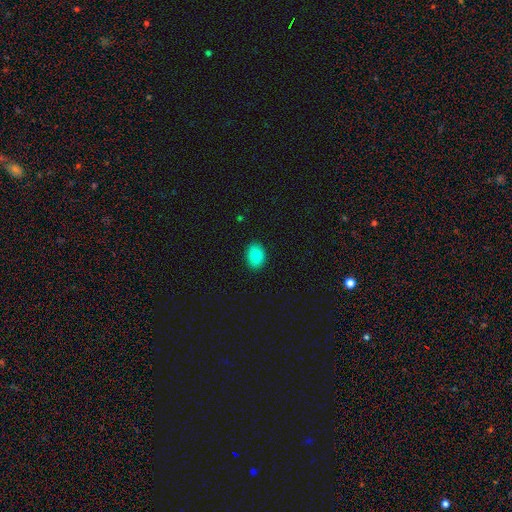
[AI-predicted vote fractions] Q: Smooth or featured?
A: smooth (88%); runner-up: star or artifact (8%)
Q: How rounded?
A: in between (78%); runner-up: round (21%)
Q: Merging?
A: none (89%); runner-up: minor disturbance (8%)